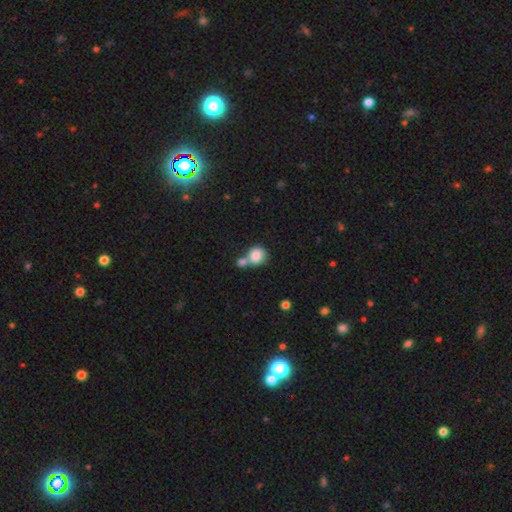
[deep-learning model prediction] smooth 84%, featured or disk 8%, star or artifact 8%. Down the decision tree: how rounded — round (80%); merging — merger (50%).